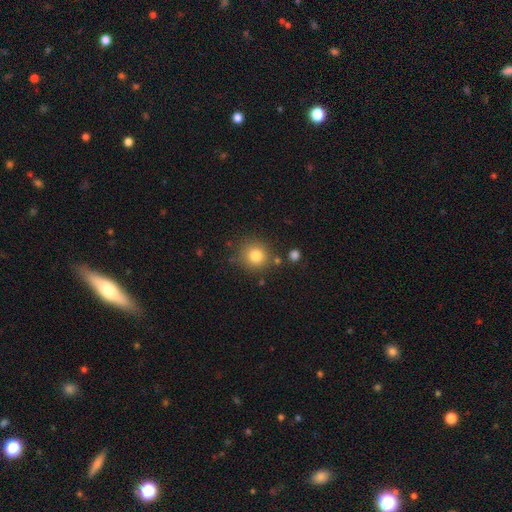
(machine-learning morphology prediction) Overall: smooth (80%). How rounded: round (89%). Merging: none (81%).